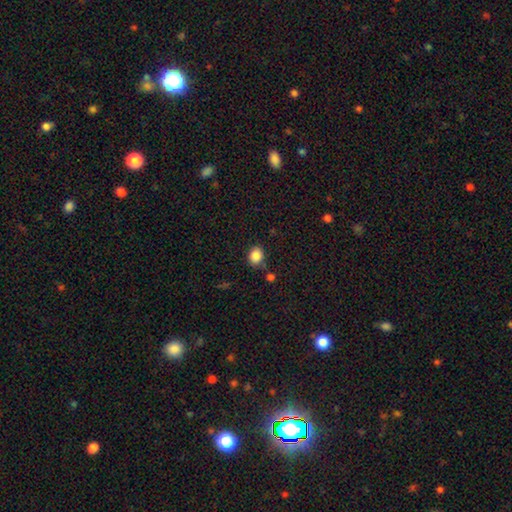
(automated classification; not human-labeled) Q: Smooth or featured?
A: smooth (86%); runner-up: star or artifact (10%)
Q: How rounded?
A: round (60%); runner-up: in between (40%)
Q: Merging?
A: none (78%); runner-up: minor disturbance (13%)